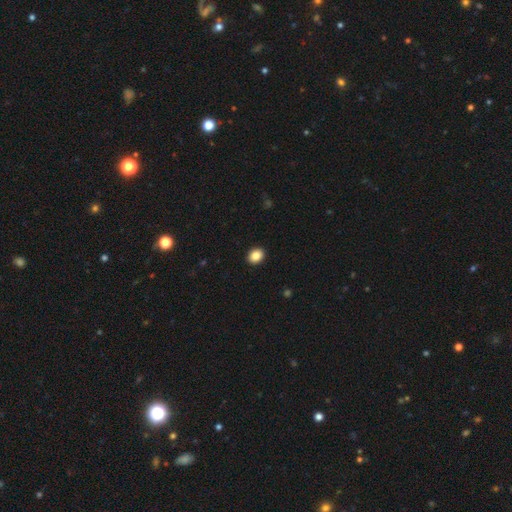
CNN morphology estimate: Smooth or featured? Predicted: smooth (p=0.86). How rounded? Predicted: in between (p=0.53). Merging? Predicted: none (p=0.92).